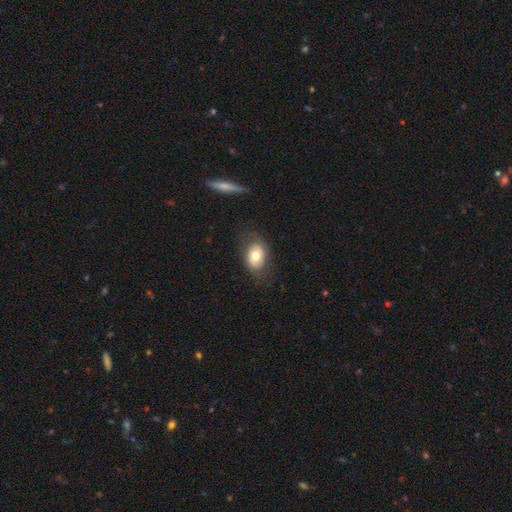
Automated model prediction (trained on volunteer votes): The model was most divided on "smooth or featured": smooth: 68%, featured or disk: 24%, star or artifact: 8%. More confident: how rounded — in between (81%); merging — none (73%).